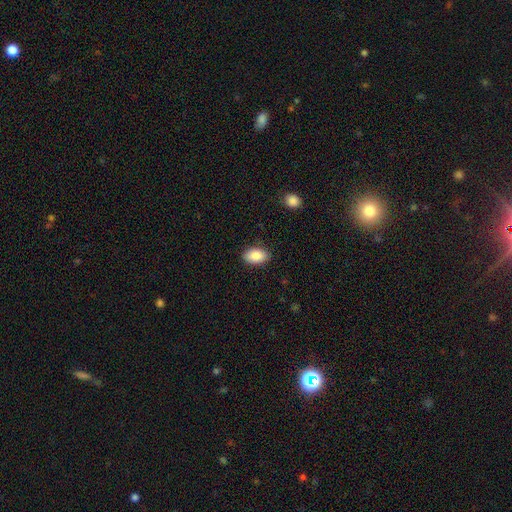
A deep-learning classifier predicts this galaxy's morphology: Overall: smooth (87%). How rounded: in between (91%). Merging: none (88%).